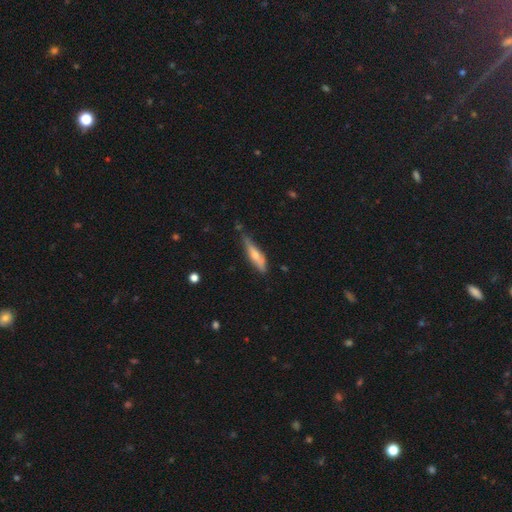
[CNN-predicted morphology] Smooth or featured?
  - smooth: 54% *
  - featured or disk: 39%
  - star or artifact: 6%
How rounded?
  - cigar-shaped: 72% *
  - in between: 26%
  - round: 2%
Merging?
  - none: 59% *
  - minor disturbance: 30%
  - major disturbance: 6%
  - merger: 4%